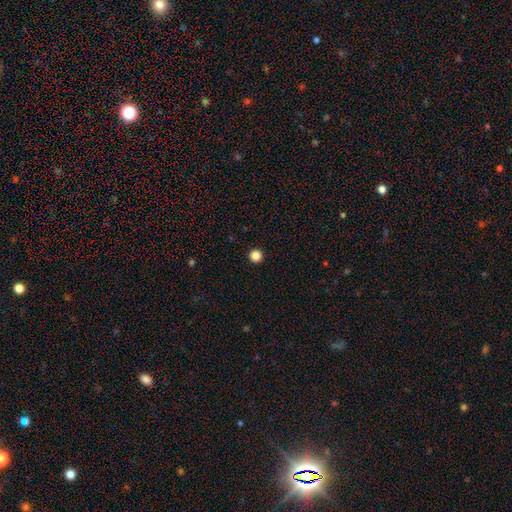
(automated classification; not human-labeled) Smooth or featured? Predicted: smooth (p=0.85). How rounded? Predicted: round (p=0.97). Merging? Predicted: none (p=0.94).